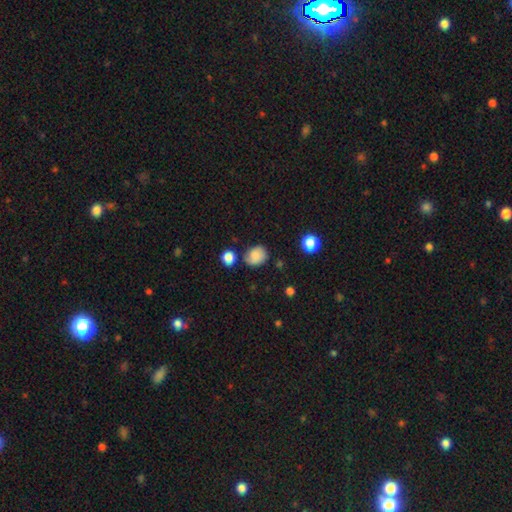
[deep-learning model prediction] Smooth or featured? smooth (74%)
How rounded? round (58%)
Merging? none (66%)